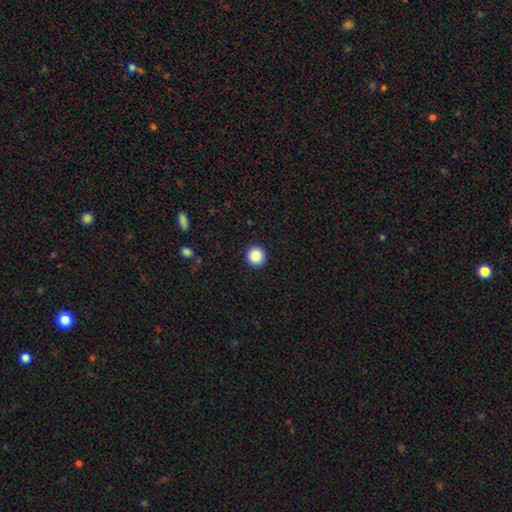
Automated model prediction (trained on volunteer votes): Overall: smooth (87%). How rounded: round (95%). Merging: none (93%).